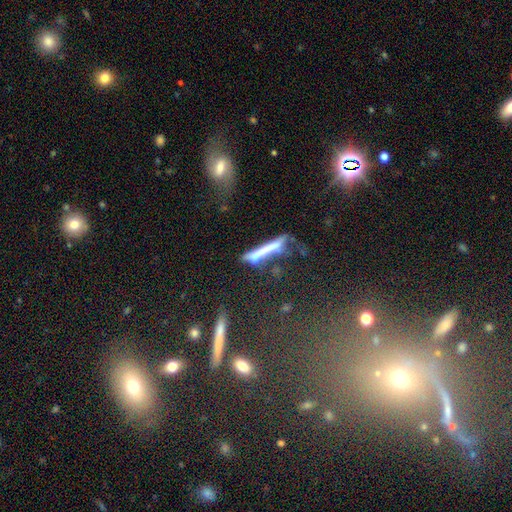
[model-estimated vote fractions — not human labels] The model was most divided on "smooth or featured": smooth: 54%, featured or disk: 35%, star or artifact: 11%. Remaining: how rounded — cigar-shaped (92%); merging — none (41%).